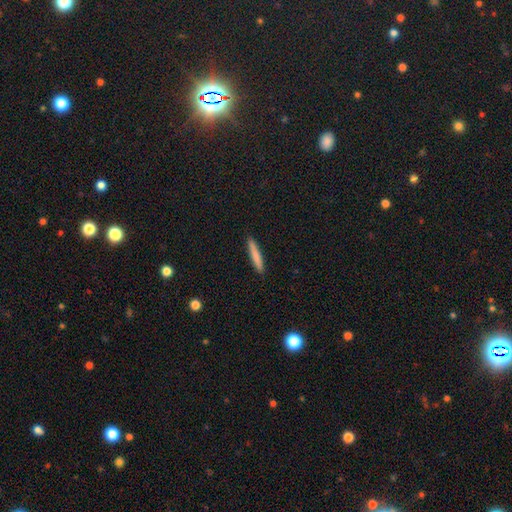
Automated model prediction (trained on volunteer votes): Smooth or featured? Predicted: smooth (p=0.78). How rounded? Predicted: cigar-shaped (p=0.94). Merging? Predicted: none (p=0.91).